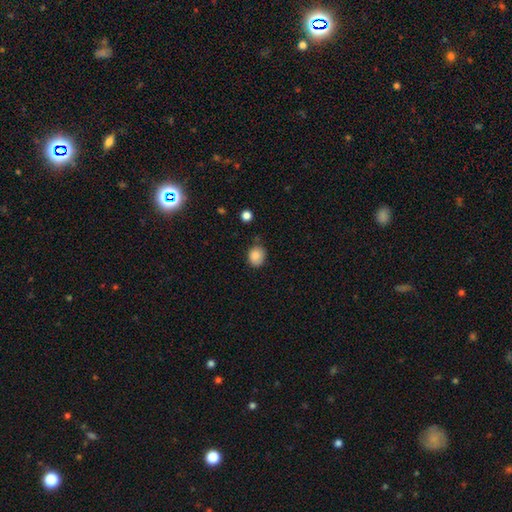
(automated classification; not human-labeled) Smooth or featured? smooth (86%)
How rounded? round (64%)
Merging? none (72%)